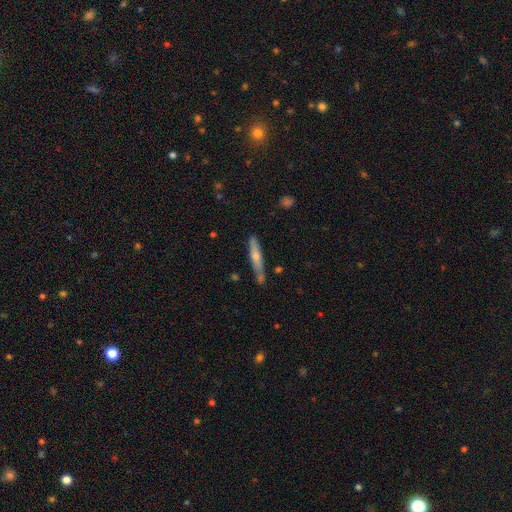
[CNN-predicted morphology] Smooth or featured: smooth — 56% (featured or disk — 38%)
How rounded: cigar-shaped — 92% (in between — 7%)
Merging: none — 73% (minor disturbance — 17%)